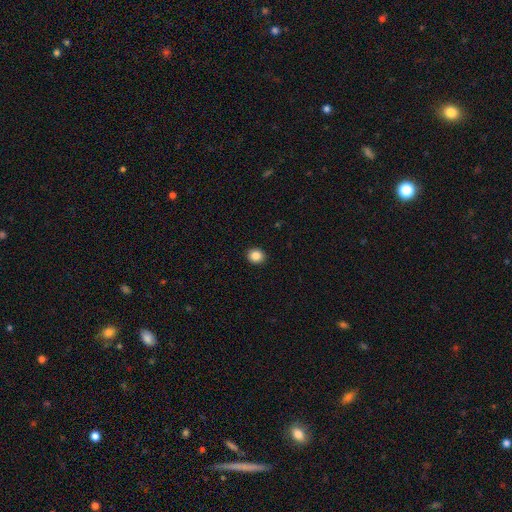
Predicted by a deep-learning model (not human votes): smooth-or-featured: smooth: 86% | star or artifact: 10% | featured or disk: 4%
  how-rounded: round: 76% | in between: 24% | cigar-shaped: 1%
  merging: none: 92% | minor disturbance: 5% | major disturbance: 2% | merger: 1%